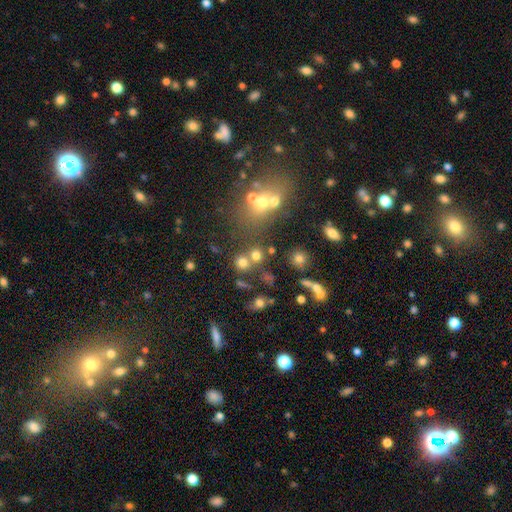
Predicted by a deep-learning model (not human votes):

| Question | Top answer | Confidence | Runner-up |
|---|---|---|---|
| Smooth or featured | smooth | 68% | star or artifact (20%) |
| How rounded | round | 86% | in between (13%) |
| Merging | none | 57% | merger (30%) |